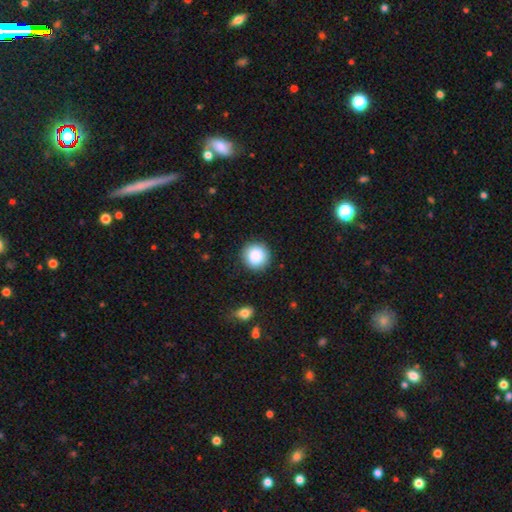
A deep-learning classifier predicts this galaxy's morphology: Smooth or featured? smooth (87%)
How rounded? round (95%)
Merging? none (90%)